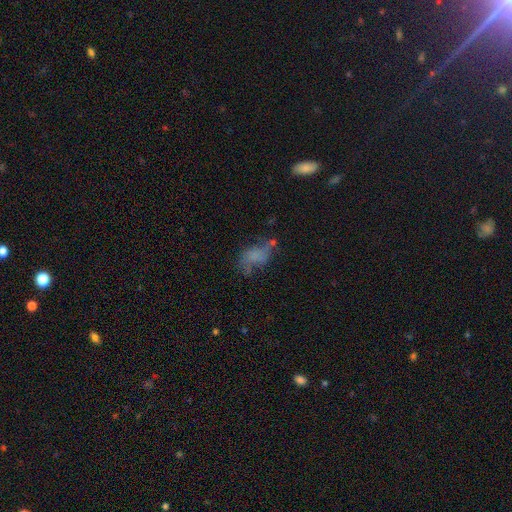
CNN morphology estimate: The model was most divided on "merging": none: 37%, major disturbance: 28%, minor disturbance: 25%, merger: 9%. More confident: how rounded — in between (84%); smooth or featured — smooth (51%).